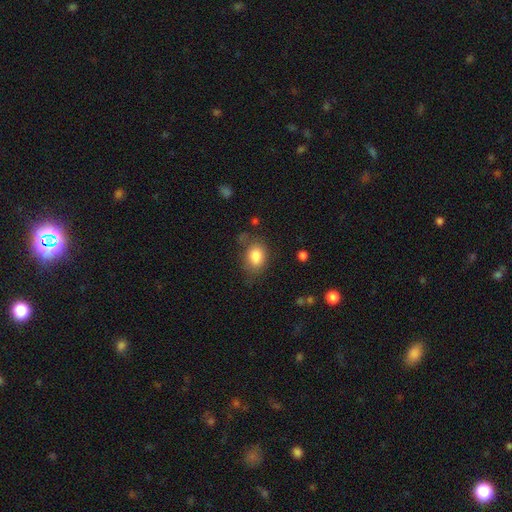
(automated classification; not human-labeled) Morphology: type=smooth (83%); roundness=in between (70%); merging=none (67%).